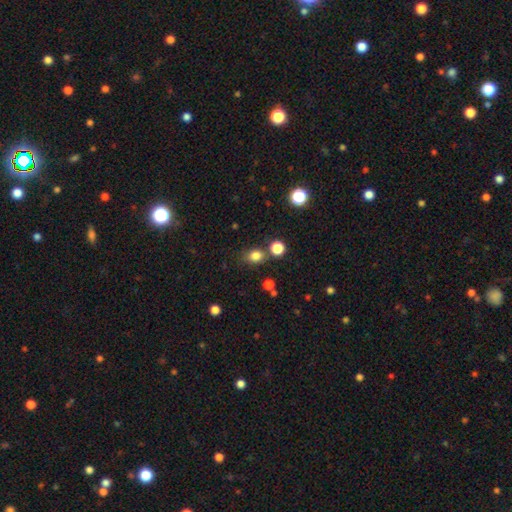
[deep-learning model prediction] This is likely a smooth galaxy (80%). How rounded: possibly round (58%). Merging: likely none (72%).